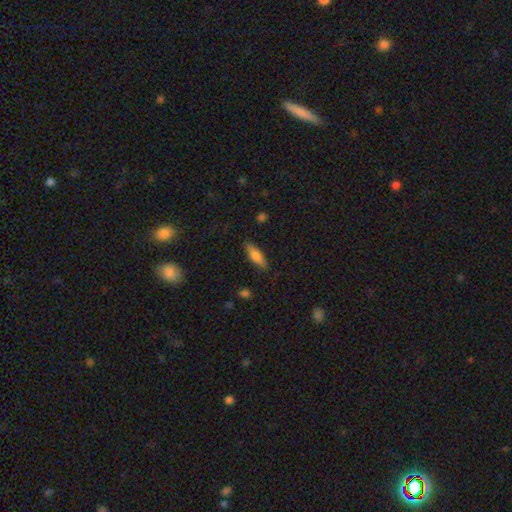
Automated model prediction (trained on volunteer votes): Morphology: type=smooth (73%); roundness=in between (50%); merging=none (84%).